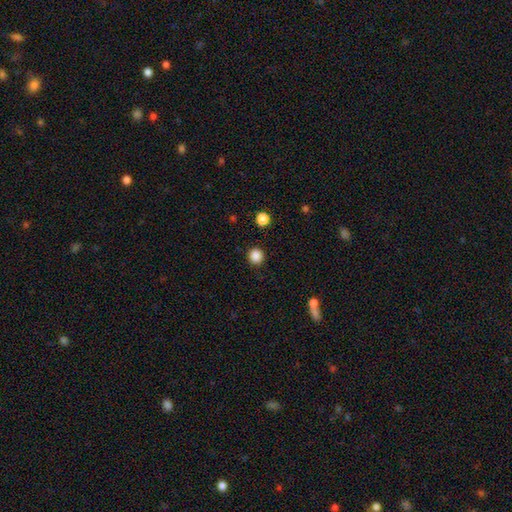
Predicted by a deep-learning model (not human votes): Smooth or featured?
  - smooth: 86% *
  - star or artifact: 11%
  - featured or disk: 3%
How rounded?
  - round: 93% *
  - in between: 6%
  - cigar-shaped: 1%
Merging?
  - none: 91% *
  - minor disturbance: 5%
  - major disturbance: 2%
  - merger: 1%